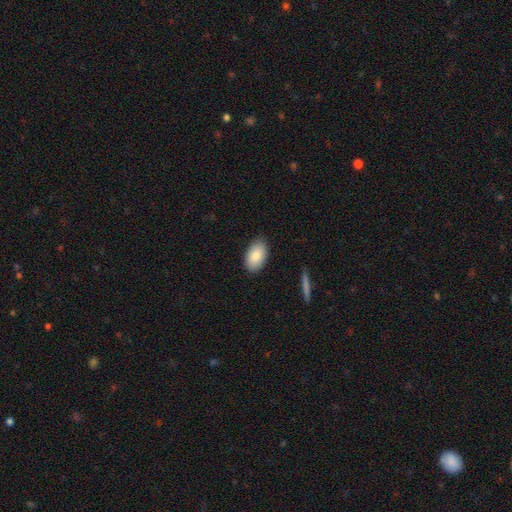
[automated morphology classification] This is clearly a smooth galaxy (84%). How rounded: clearly in between (93%). Merging: clearly none (86%).